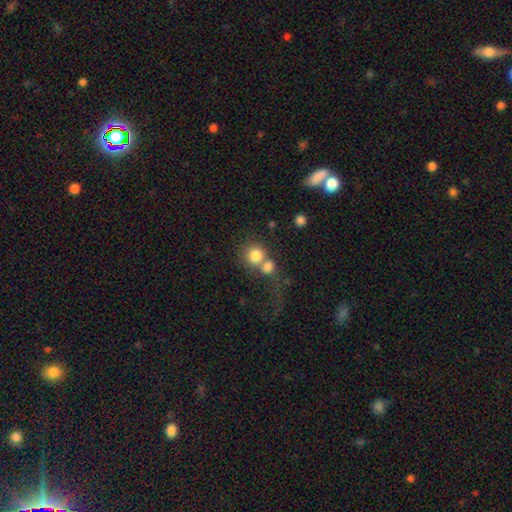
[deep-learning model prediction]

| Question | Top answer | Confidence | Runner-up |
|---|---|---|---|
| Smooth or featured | smooth | 79% | featured or disk (11%) |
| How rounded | round | 83% | in between (16%) |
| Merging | merger | 51% | none (35%) |